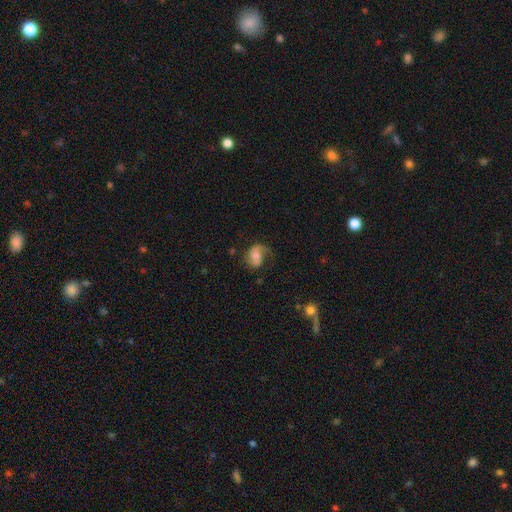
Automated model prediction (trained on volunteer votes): This appears to be a featured or disk galaxy (56%) with no bar (56%), spiral arms (87%) and a moderate central bulge (49%). Merging: none (46%).